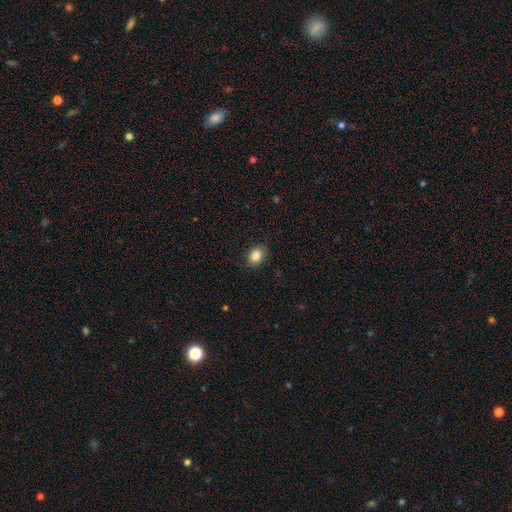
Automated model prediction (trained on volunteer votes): A smooth galaxy with no disk features (85%) that is in between round and cigar-shaped (51%).

Vote fractions:
- Smooth or featured? smooth: 85% / star or artifact: 9% / featured or disk: 6%
- How rounded? in between: 51% / round: 48% / cigar-shaped: 1%
- Merging? none: 87% / minor disturbance: 10% / major disturbance: 2% / merger: 1%